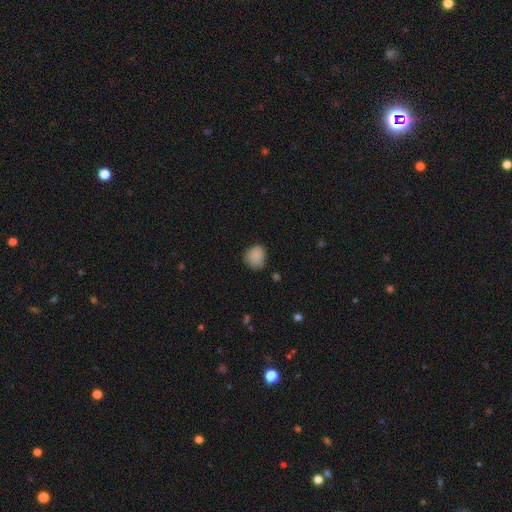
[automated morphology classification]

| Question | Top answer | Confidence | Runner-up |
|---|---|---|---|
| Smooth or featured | smooth | 85% | star or artifact (9%) |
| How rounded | round | 70% | in between (29%) |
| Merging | none | 65% | minor disturbance (28%) |